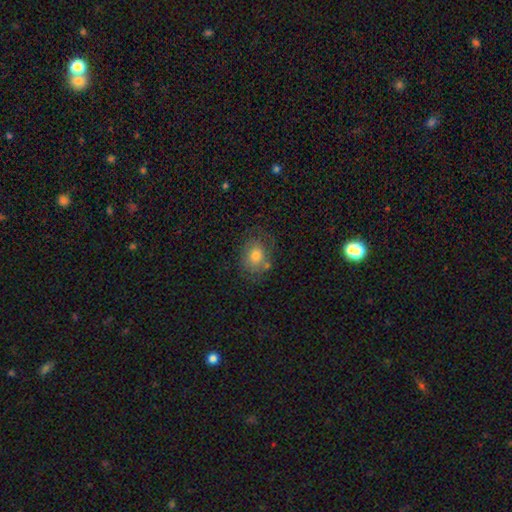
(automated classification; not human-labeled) smooth_or_featured: smooth (p=0.69) [alt: featured or disk p=0.22]
how_rounded: round (p=0.50) [alt: in between p=0.49]
merging: none (p=0.61) [alt: minor disturbance p=0.22]